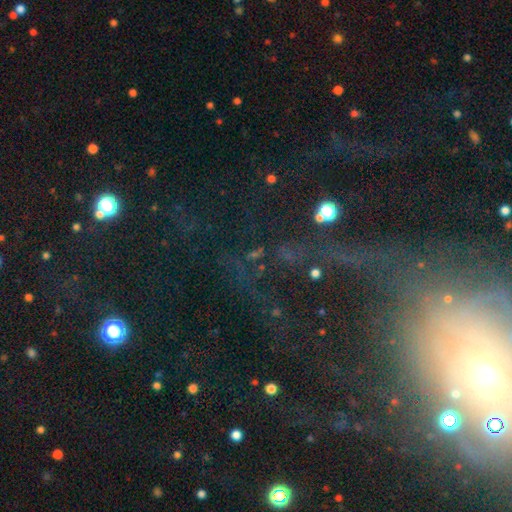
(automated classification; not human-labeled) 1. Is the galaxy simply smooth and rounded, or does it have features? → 66% star or artifact, 20% featured or disk, 14% smooth.